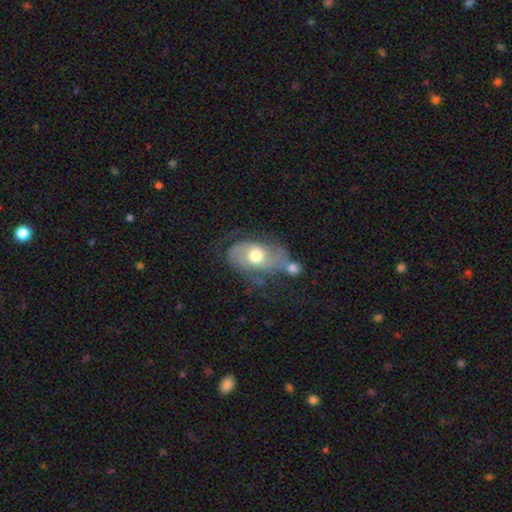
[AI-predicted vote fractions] Overall: featured or disk (61%; smooth 32%). Edge-on disk: no (95%). Bar: no (77%). Spiral arms: yes (72%). Bulge size: moderate (72%). Merging: none (34%; minor disturbance 23%).